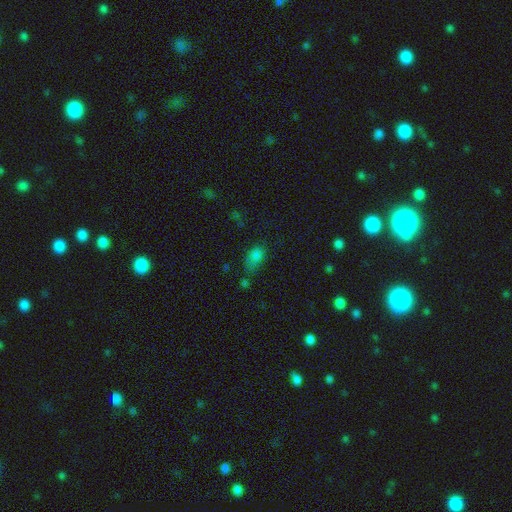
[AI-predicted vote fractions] This is likely a smooth galaxy (77%). How rounded: clearly in between (84%). Merging: marginally none (41%).